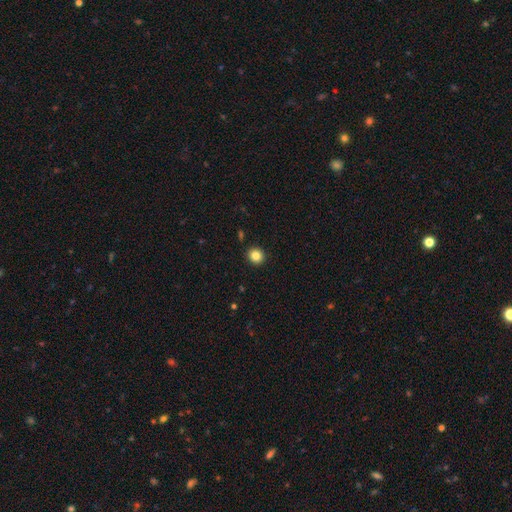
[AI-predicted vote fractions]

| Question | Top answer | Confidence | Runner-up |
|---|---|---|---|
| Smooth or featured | smooth | 85% | star or artifact (10%) |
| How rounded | round | 88% | in between (11%) |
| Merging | none | 92% | minor disturbance (5%) |